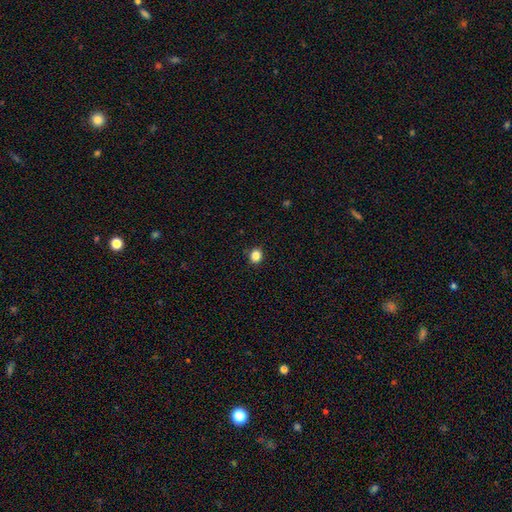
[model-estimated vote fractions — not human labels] Morphology: type=smooth (85%); roundness=round (73%); merging=none (90%).